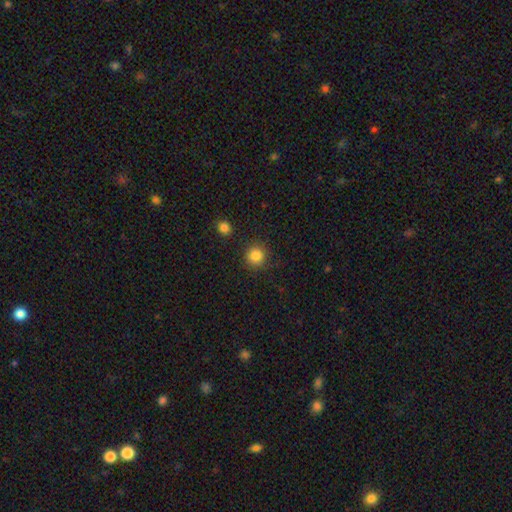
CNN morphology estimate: Smooth or featured? Predicted: smooth (p=0.85). How rounded? Predicted: round (p=0.93). Merging? Predicted: none (p=0.88).